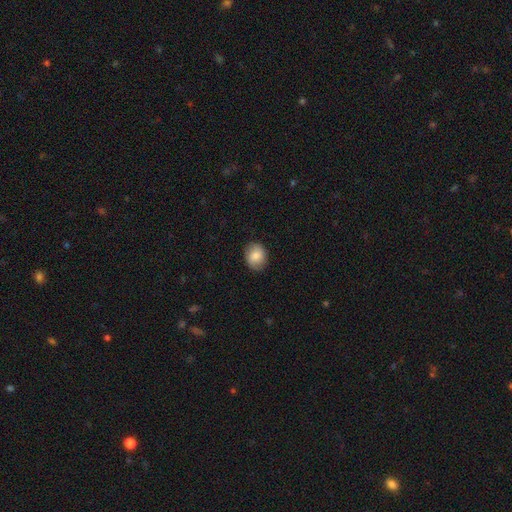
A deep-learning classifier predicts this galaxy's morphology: Smooth or featured: smooth — 81% (featured or disk — 12%)
How rounded: round — 58% (in between — 41%)
Merging: none — 85% (minor disturbance — 11%)